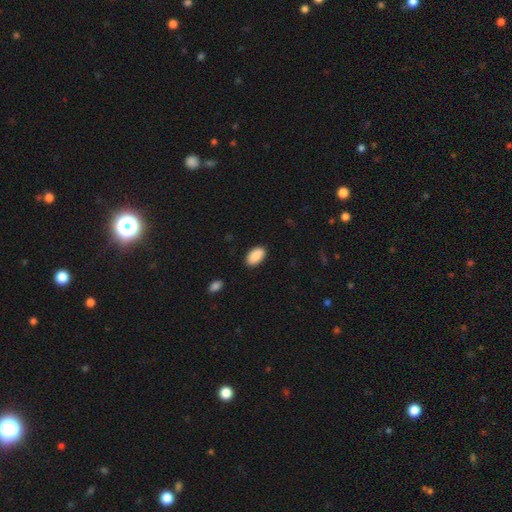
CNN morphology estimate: Smooth or featured?
  - smooth: 90% *
  - star or artifact: 6%
  - featured or disk: 3%
How rounded?
  - in between: 95% *
  - round: 4%
  - cigar-shaped: 2%
Merging?
  - none: 87% *
  - minor disturbance: 10%
  - major disturbance: 2%
  - merger: 1%